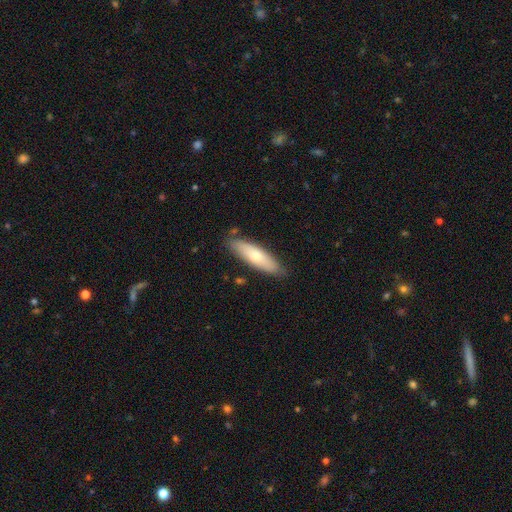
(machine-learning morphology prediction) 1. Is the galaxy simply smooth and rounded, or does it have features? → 70% smooth, 25% featured or disk, 5% star or artifact.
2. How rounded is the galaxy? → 62% cigar-shaped, 36% in between, 2% round.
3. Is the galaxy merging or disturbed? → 83% none, 13% minor disturbance, 2% major disturbance, 2% merger.